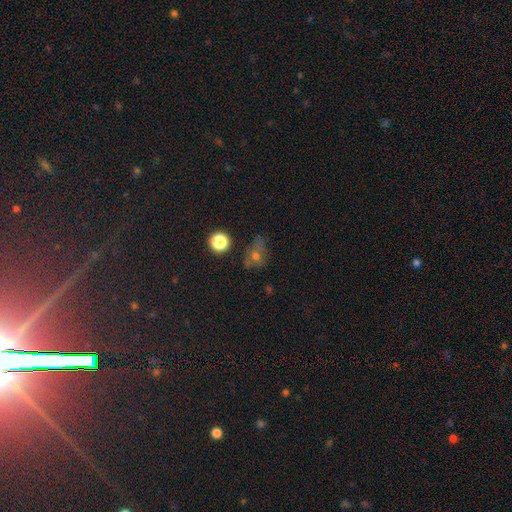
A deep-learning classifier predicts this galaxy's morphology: A smooth galaxy with no disk features (51%) that is round (55%).

Vote fractions:
- Smooth or featured? smooth: 51% / star or artifact: 30% / featured or disk: 19%
- How rounded? round: 55% / in between: 42% / cigar-shaped: 3%
- Merging? none: 52% / minor disturbance: 25% / major disturbance: 17% / merger: 6%